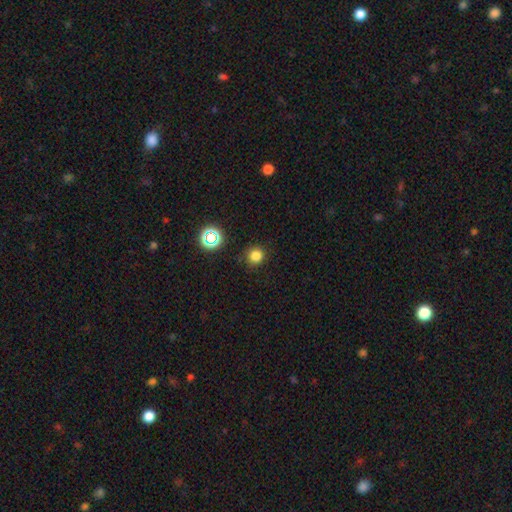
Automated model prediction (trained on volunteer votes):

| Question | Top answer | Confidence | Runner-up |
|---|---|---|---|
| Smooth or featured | smooth | 78% | star or artifact (18%) |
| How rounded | round | 92% | in between (7%) |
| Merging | none | 88% | minor disturbance (8%) |